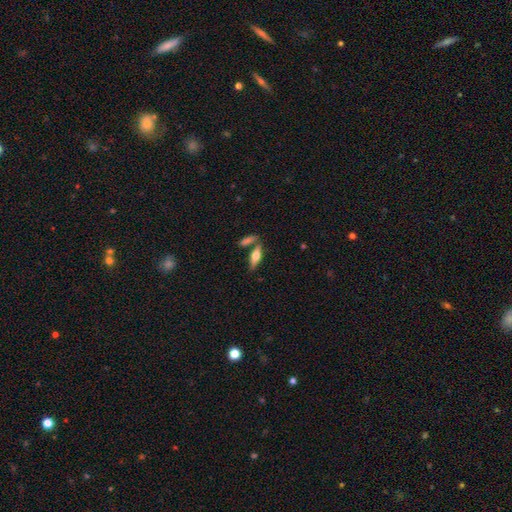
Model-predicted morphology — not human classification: Overall: featured or disk (48%; smooth 45%). Merging: none (69%).